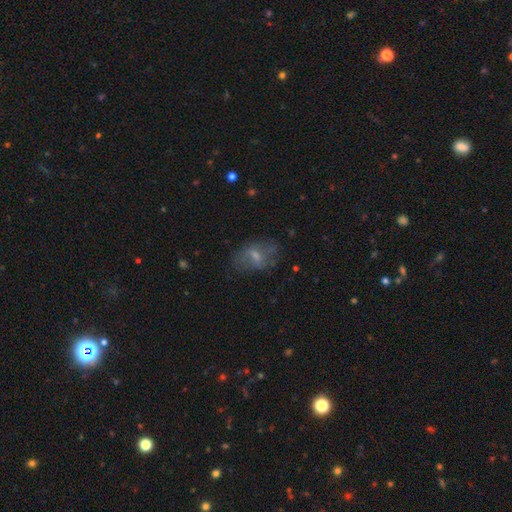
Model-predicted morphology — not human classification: This is possibly a smooth galaxy (45%). Merging: likely none (63%).